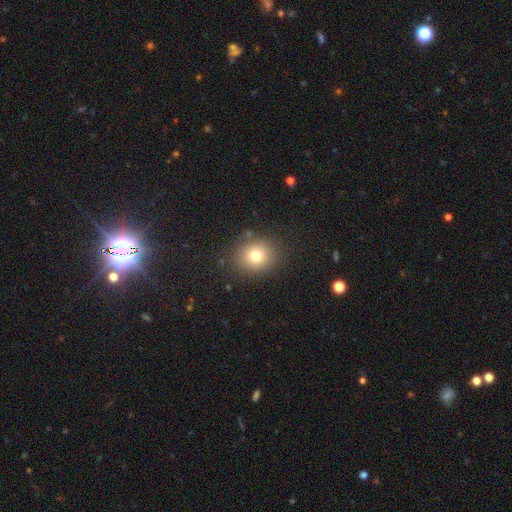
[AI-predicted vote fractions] smooth_or_featured: smooth (p=0.76) [alt: star or artifact p=0.14]
how_rounded: round (p=0.79) [alt: in between p=0.21]
merging: none (p=0.85) [alt: minor disturbance p=0.09]